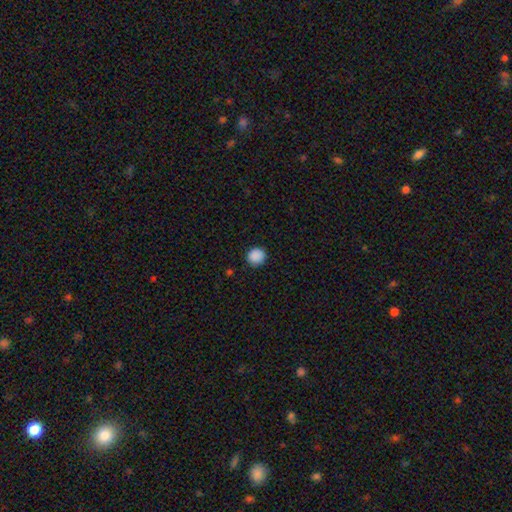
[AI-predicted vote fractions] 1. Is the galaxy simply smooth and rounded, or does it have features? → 88% smooth, 9% star or artifact, 2% featured or disk.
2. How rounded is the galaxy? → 90% round, 9% in between, 1% cigar-shaped.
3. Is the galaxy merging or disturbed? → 88% none, 9% minor disturbance, 2% major disturbance, 1% merger.